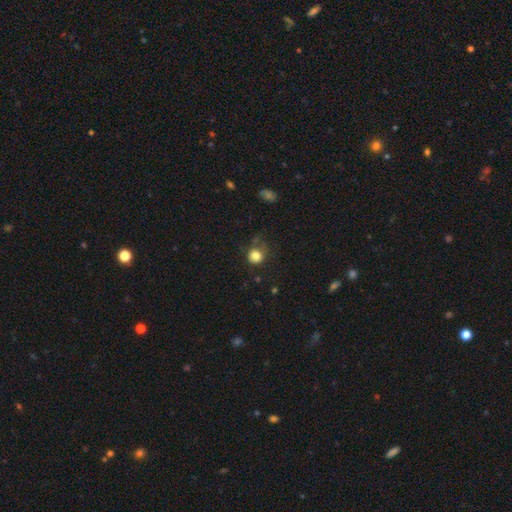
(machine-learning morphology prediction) This is clearly a smooth galaxy (82%). How rounded: clearly round (82%). Merging: possibly none (57%).